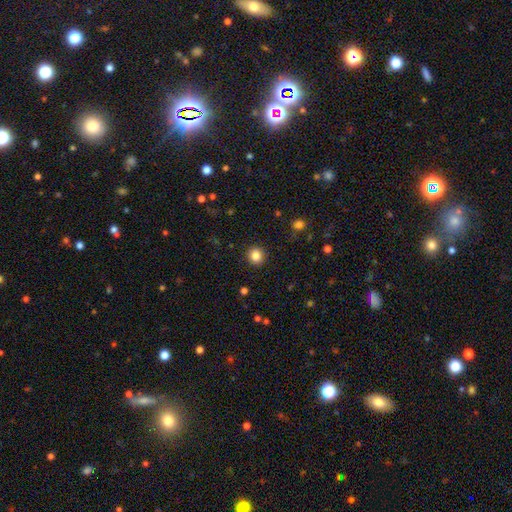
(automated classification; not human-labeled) Overall: smooth (84%). How rounded: round (89%). Merging: none (92%).